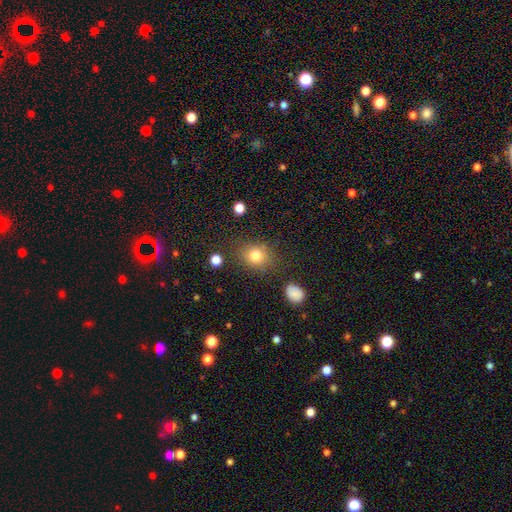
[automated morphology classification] Smooth or featured? smooth (79%)
How rounded? round (69%)
Merging? none (80%)